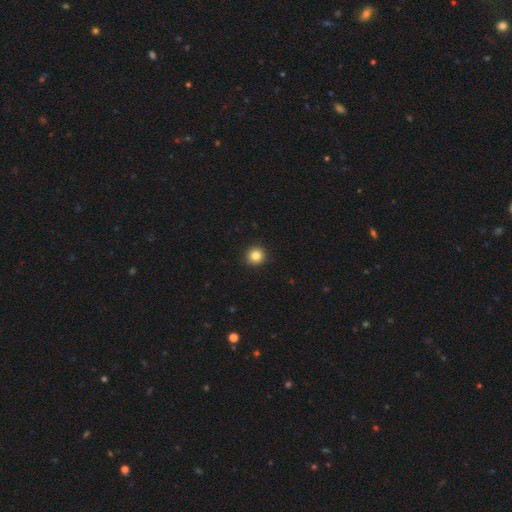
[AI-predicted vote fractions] Smooth or featured? Predicted: smooth (p=0.84). How rounded? Predicted: round (p=0.94). Merging? Predicted: none (p=0.92).